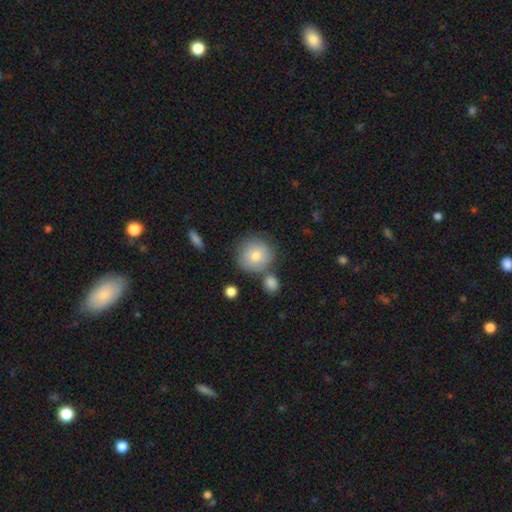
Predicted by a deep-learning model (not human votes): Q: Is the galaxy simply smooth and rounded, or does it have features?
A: smooth — 76%.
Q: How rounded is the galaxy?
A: round — 91%.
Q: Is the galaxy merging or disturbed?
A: none — 69%.